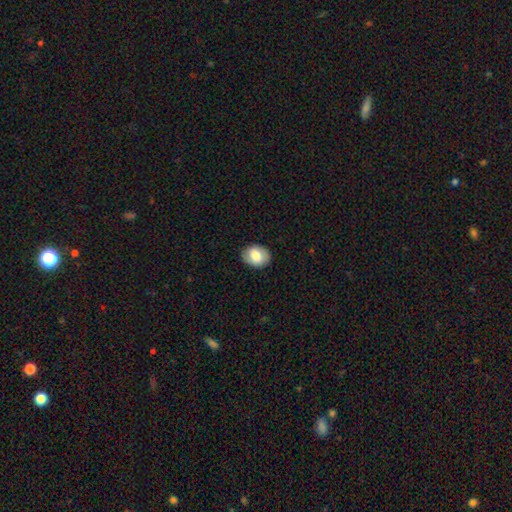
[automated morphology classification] Smooth or featured: smooth — 76% (featured or disk — 17%)
How rounded: in between — 65% (round — 34%)
Merging: none — 86% (minor disturbance — 10%)